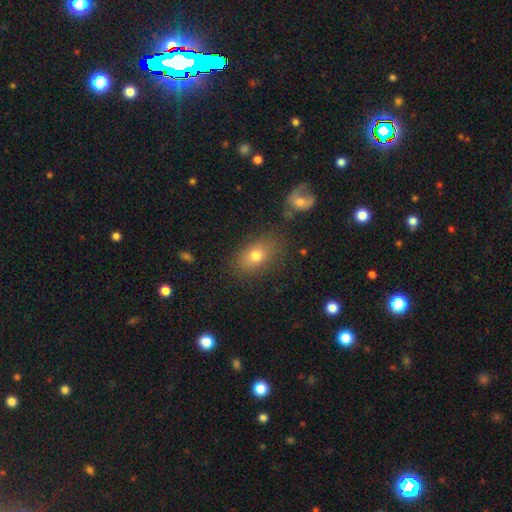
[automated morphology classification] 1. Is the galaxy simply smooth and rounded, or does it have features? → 75% smooth, 14% featured or disk, 11% star or artifact.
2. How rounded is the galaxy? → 79% in between, 19% round, 2% cigar-shaped.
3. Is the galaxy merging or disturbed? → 77% none, 14% minor disturbance, 5% major disturbance, 3% merger.